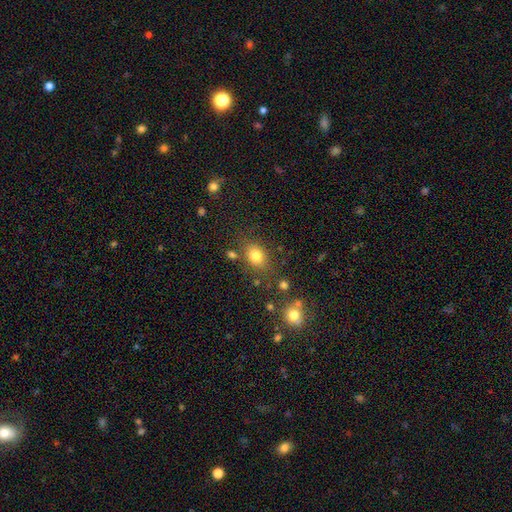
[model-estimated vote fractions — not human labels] A smooth galaxy with no disk features (79%) that is in between round and cigar-shaped (63%). Merging: none (74%).